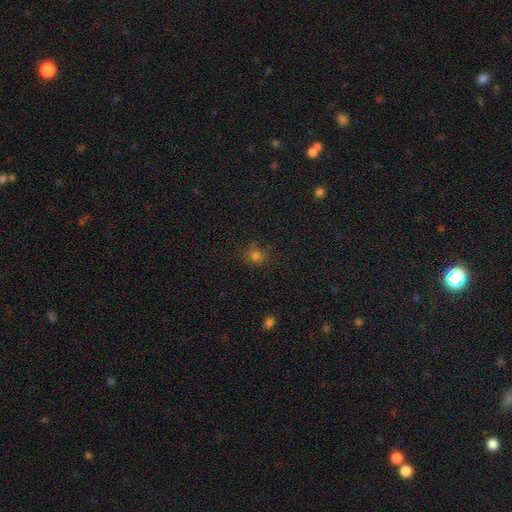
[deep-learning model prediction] A smooth galaxy with no disk features (74%) that is round (68%). Merging: none (76%).